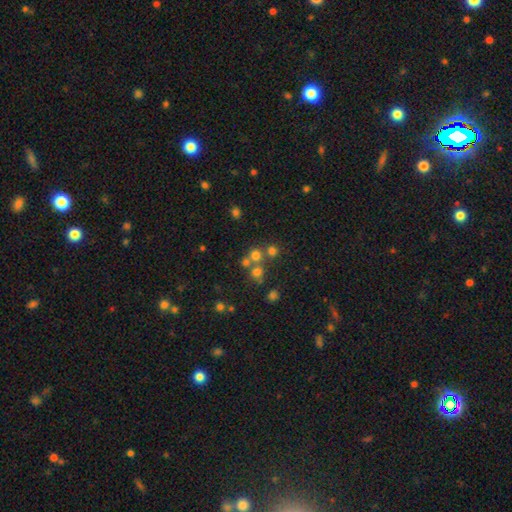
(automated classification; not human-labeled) Smooth or featured? Predicted: smooth (p=0.64). How rounded? Predicted: round (p=0.88). Merging? Predicted: none (p=0.57).